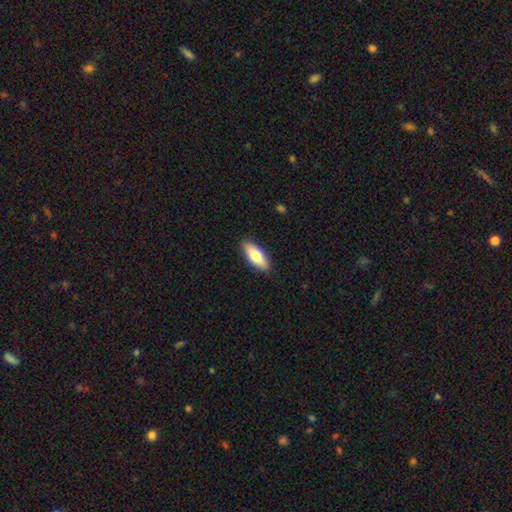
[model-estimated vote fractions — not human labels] Smooth or featured? smooth (77%)
How rounded? in between (77%)
Merging? none (88%)